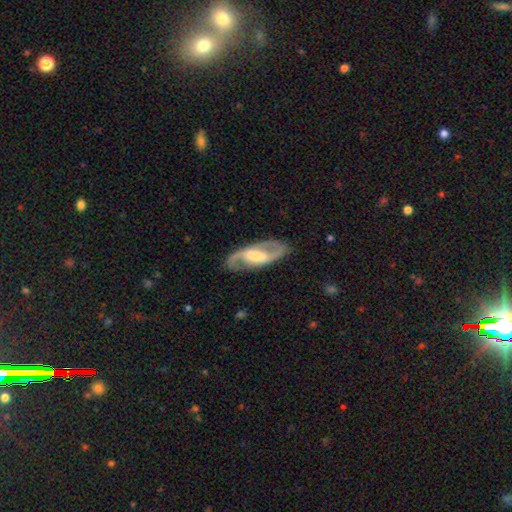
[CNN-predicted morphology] A featured or disk galaxy (85%) with a weak bar (41%, tied with strong), 2 (92%) medium (53%) spiral arms (92%) and a moderate central bulge (43%).

Vote fractions:
- Smooth or featured? featured or disk: 85% / smooth: 11% / star or artifact: 4%
- Edge-on disk? no: 93% / yes: 7%
- Bar? weak: 41% (tied) / strong: 41% (tied) / no: 18%
- Spiral arms? yes: 92% / no: 8%
- Spiral winding? medium: 53% / loose: 30% / tight: 17%
- Spiral arm count? 2: 92% / can't tell: 3% / 1: 2% / 3: 1% / 4: 1% / more than 4: 1%
- Bulge size? moderate: 43% / large: 26% / small: 20% / none: 9% / dominant: 2%
- Merging? none: 84% / minor disturbance: 11% / major disturbance: 4% / merger: 1%